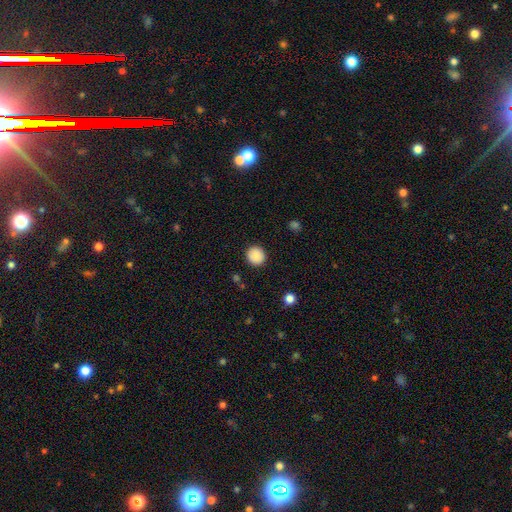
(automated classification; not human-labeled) A smooth galaxy with no disk features (88%) that is round (91%).

Vote fractions:
- Smooth or featured? smooth: 88% / star or artifact: 8% / featured or disk: 3%
- How rounded? round: 91% / in between: 8% / cigar-shaped: 1%
- Merging? none: 91% / minor disturbance: 6% / major disturbance: 2% / merger: 1%